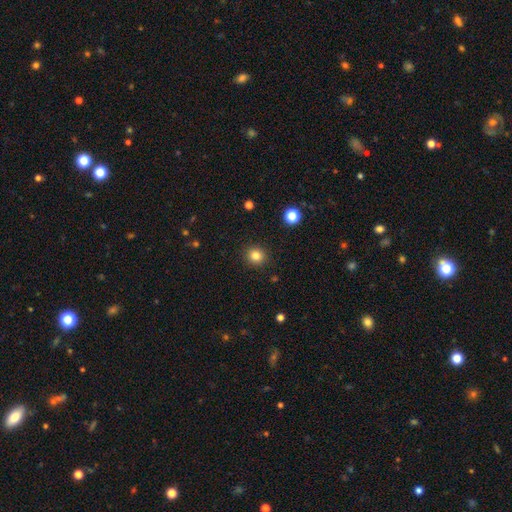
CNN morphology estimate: This is clearly a smooth galaxy (83%). How rounded: clearly round (91%). Merging: clearly none (92%).